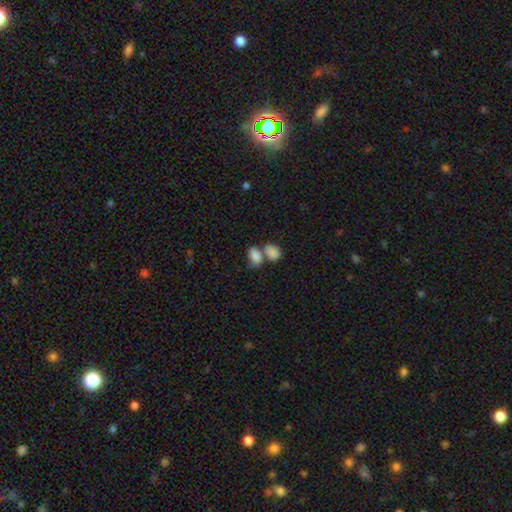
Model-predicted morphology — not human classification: A smooth galaxy with no disk features (84%) that is in between round and cigar-shaped (83%).

Vote fractions:
- Smooth or featured? smooth: 84% / star or artifact: 8% / featured or disk: 8%
- How rounded? in between: 83% / round: 15% / cigar-shaped: 2%
- Merging? merger: 55% / none: 30% / minor disturbance: 10% / major disturbance: 5%